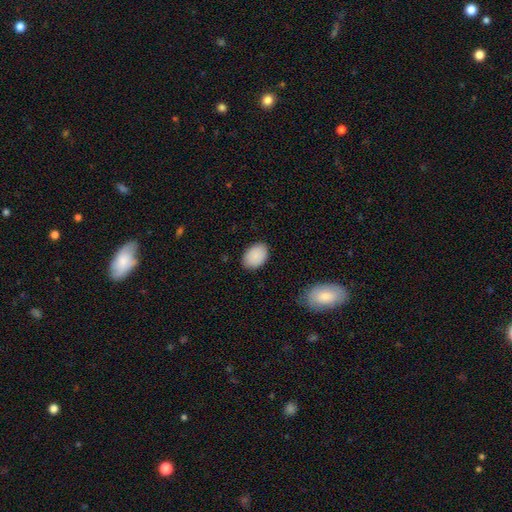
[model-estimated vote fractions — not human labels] This appears to be a smooth galaxy with no disk features (90%) that is in between round and cigar-shaped (84%). Merging: none (87%).